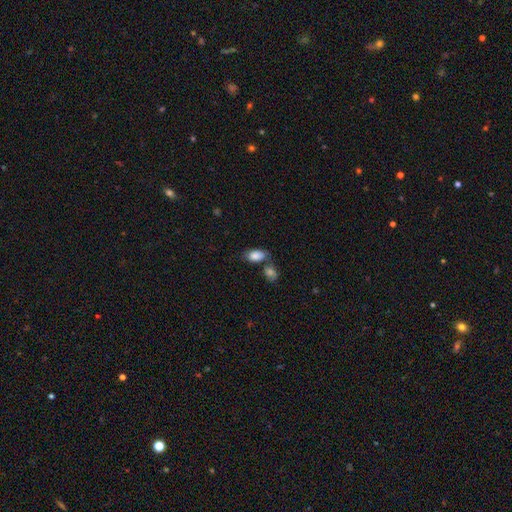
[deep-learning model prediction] Smooth or featured?
  - smooth: 83% *
  - featured or disk: 9%
  - star or artifact: 8%
How rounded?
  - in between: 90% *
  - round: 7%
  - cigar-shaped: 2%
Merging?
  - none: 47% *
  - merger: 29%
  - minor disturbance: 18%
  - major disturbance: 6%